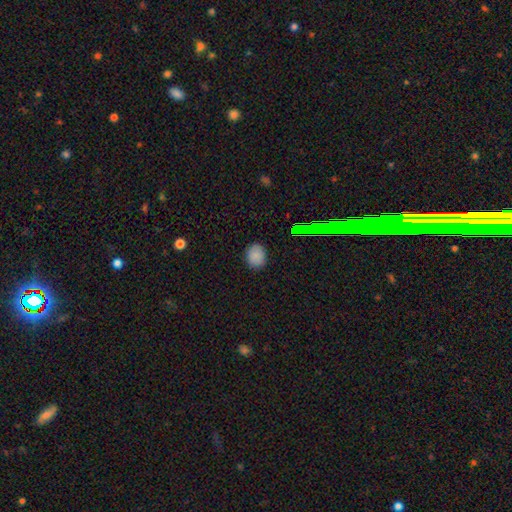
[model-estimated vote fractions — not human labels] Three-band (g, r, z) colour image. It shows a smooth galaxy with no disk features (84%) that is round (61%). Merging: none (87%).